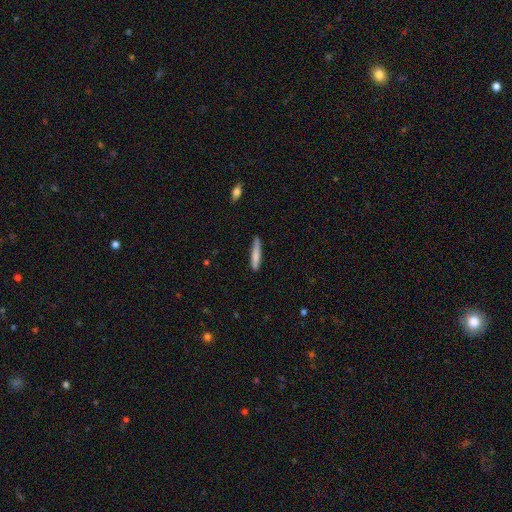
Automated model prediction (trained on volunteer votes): Smooth or featured? Predicted: smooth (p=0.77). How rounded? Predicted: cigar-shaped (p=0.91). Merging? Predicted: none (p=0.79).